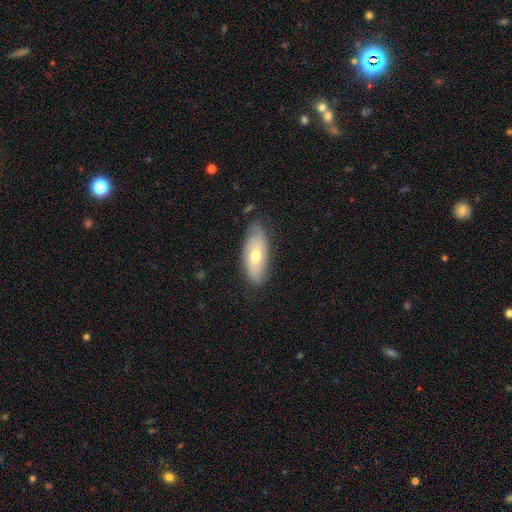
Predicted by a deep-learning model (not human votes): Overall: smooth (54%; featured or disk 39%). How rounded: in between (81%). Merging: none (73%).